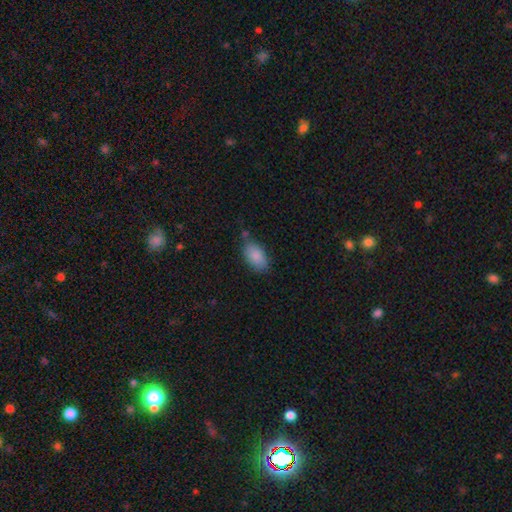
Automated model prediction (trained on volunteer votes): Overall: smooth (87%). How rounded: in between (93%). Merging: none (70%).